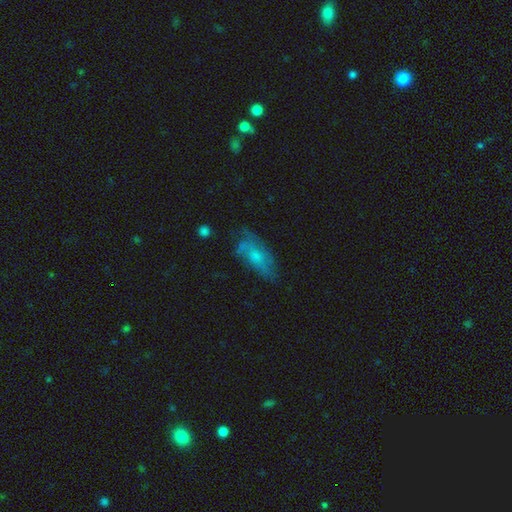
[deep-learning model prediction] featured or disk 47%, smooth 44%, star or artifact 9%. Down the decision tree: merging — none (54%).